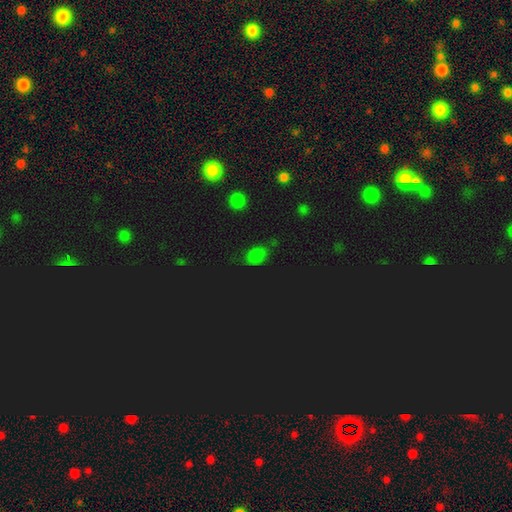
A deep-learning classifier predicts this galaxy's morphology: Smooth or featured? smooth (63%)
How rounded? in between (71%)
Merging? none (68%)